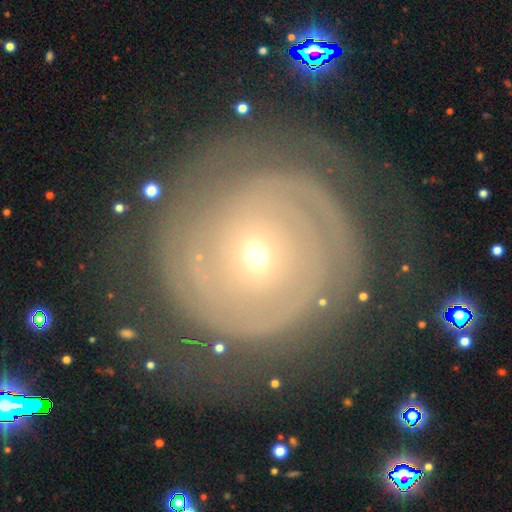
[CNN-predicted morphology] The model was most divided on "spiral arm count": can't tell: 39%, 2: 28%, 3: 11%, 4: 8%, more than 4: 7%, 1: 6%. More confident: edge-on disk — no (97%); spiral arms — yes (90%); spiral winding — tight (80%); smooth or featured — featured or disk (79%); bulge size — small (75%); merging — none (75%); bar — no (71%).